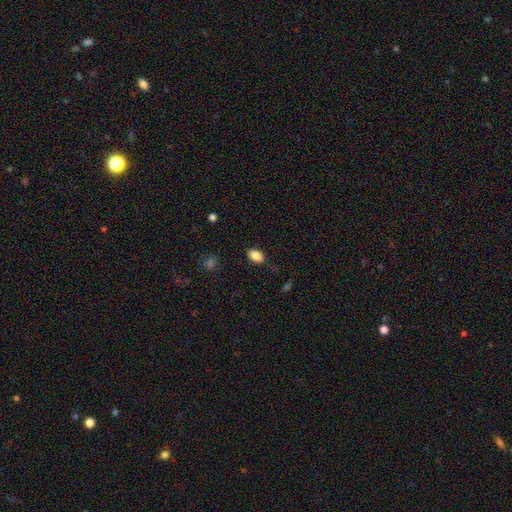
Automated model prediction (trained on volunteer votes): Smooth or featured? smooth (86%)
How rounded? in between (88%)
Merging? none (84%)